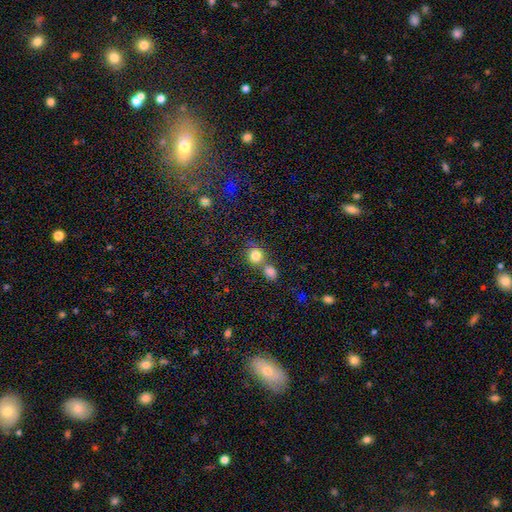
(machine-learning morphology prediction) Smooth or featured? smooth (81%)
How rounded? round (81%)
Merging? none (50%)